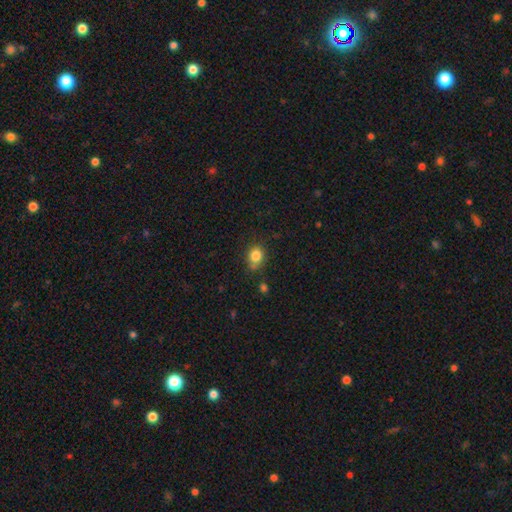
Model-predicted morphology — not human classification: The model was most divided on "how rounded": round: 66%, in between: 33%, cigar-shaped: 1%. More confident: smooth or featured — smooth (83%); merging — none (68%).